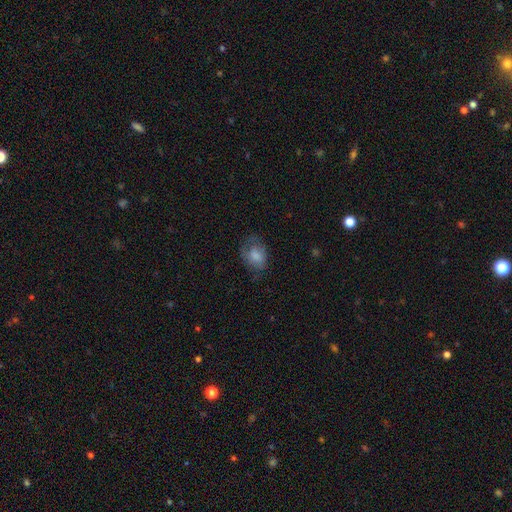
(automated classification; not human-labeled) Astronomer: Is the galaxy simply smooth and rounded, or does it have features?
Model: smooth — 73%.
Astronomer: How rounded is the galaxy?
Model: in between — 70%.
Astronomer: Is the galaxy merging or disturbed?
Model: none — 50% (runner-up: minor disturbance, 29%).